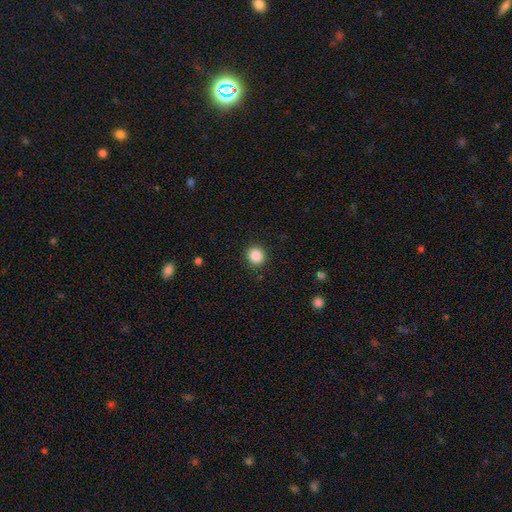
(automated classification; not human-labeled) This appears to be a smooth galaxy with no disk features (87%) that is round (91%). Merging: none (91%).